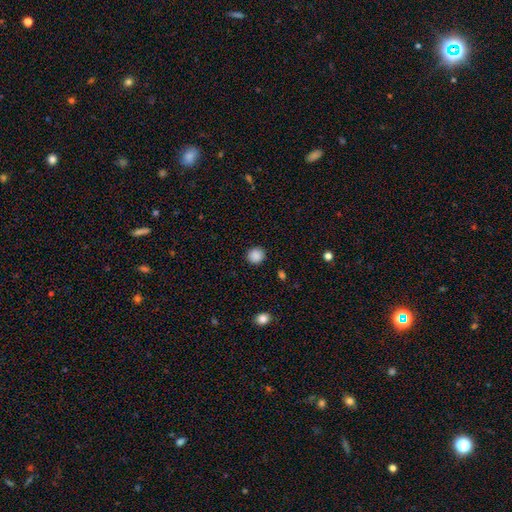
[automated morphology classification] smooth-or-featured: smooth: 88% | star or artifact: 9% | featured or disk: 2%
  how-rounded: round: 91% | in between: 9% | cigar-shaped: 1%
  merging: none: 91% | minor disturbance: 6% | major disturbance: 2% | merger: 1%